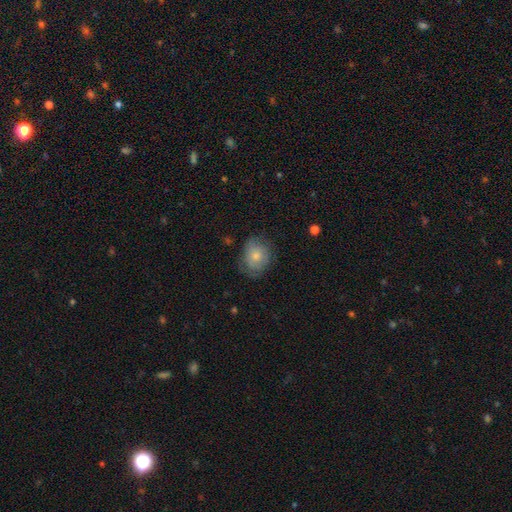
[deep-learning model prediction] smooth_or_featured: smooth (p=0.69) [alt: featured or disk p=0.23]
how_rounded: round (p=0.59) [alt: in between p=0.41]
merging: none (p=0.65) [alt: minor disturbance p=0.25]